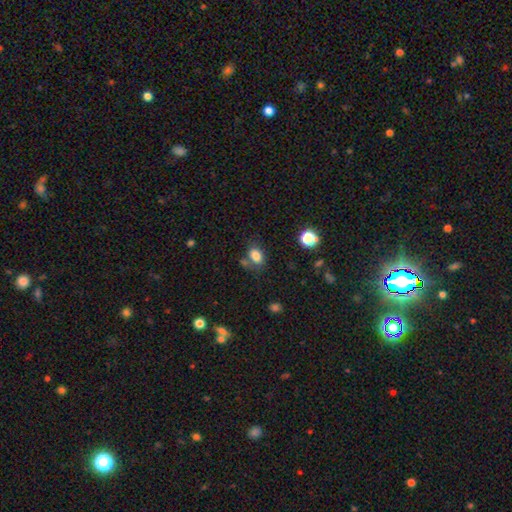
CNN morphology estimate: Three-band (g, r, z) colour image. It shows a smooth galaxy with no disk features (82%) that is in between round and cigar-shaped (76%). Merging: none (65%).